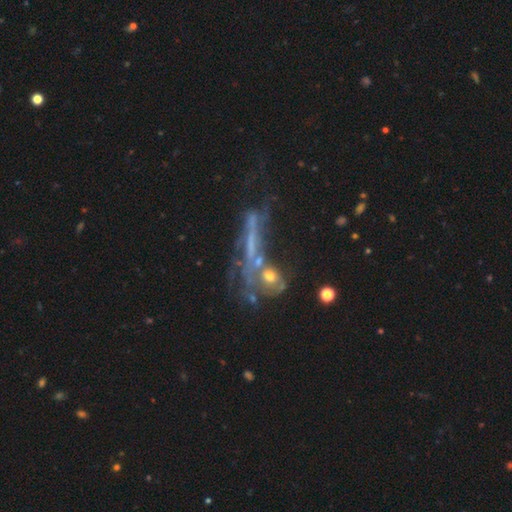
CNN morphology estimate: smooth-or-featured: featured or disk: 46% | star or artifact: 34% | smooth: 20%
  merging: major disturbance: 32% | merger: 29% | none: 26% | minor disturbance: 13%